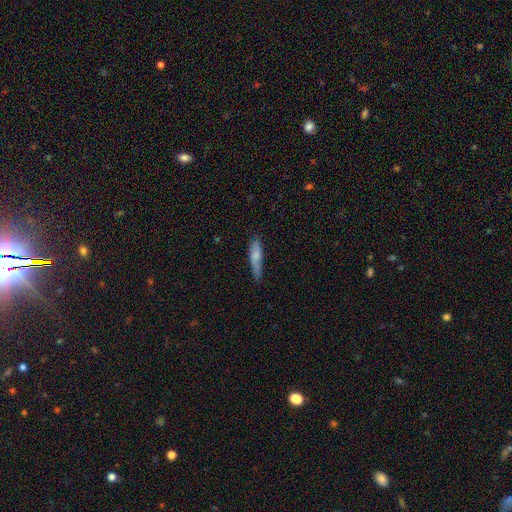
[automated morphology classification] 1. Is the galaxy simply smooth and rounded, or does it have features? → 71% smooth, 23% featured or disk, 6% star or artifact.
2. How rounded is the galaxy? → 76% cigar-shaped, 22% in between, 2% round.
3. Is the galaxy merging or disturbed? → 66% none, 26% minor disturbance, 6% major disturbance, 2% merger.